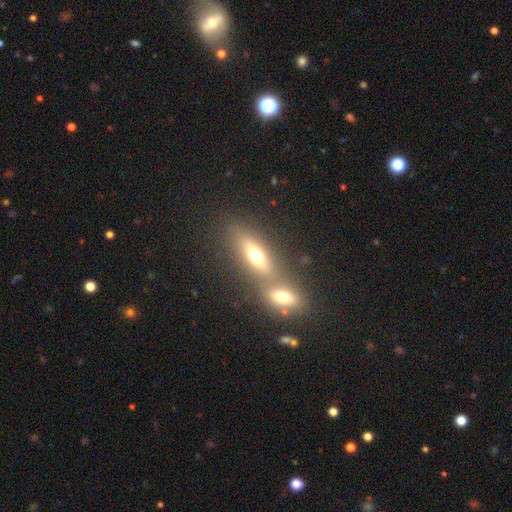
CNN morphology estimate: smooth_or_featured: smooth (p=0.61) [alt: featured or disk p=0.29]
how_rounded: in between (p=0.62) [alt: cigar-shaped p=0.33]
merging: merger (p=0.46) [alt: none p=0.43]